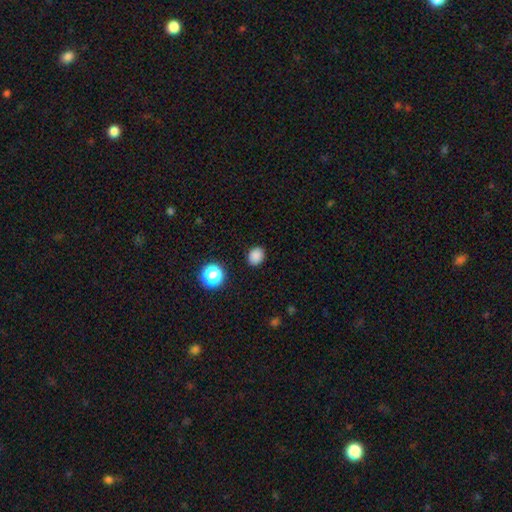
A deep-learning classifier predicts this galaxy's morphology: smooth 84%, star or artifact 13%, featured or disk 4%. Down the decision tree: how rounded — round (59%); merging — none (88%).